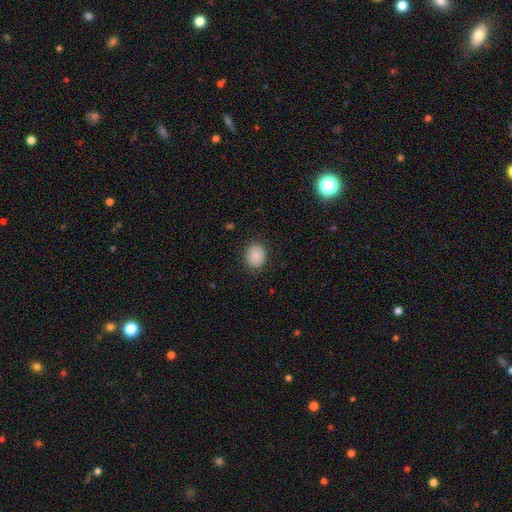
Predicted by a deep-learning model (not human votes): Q: Smooth or featured?
A: smooth (89%); runner-up: star or artifact (8%)
Q: How rounded?
A: round (67%); runner-up: in between (32%)
Q: Merging?
A: none (87%); runner-up: minor disturbance (9%)